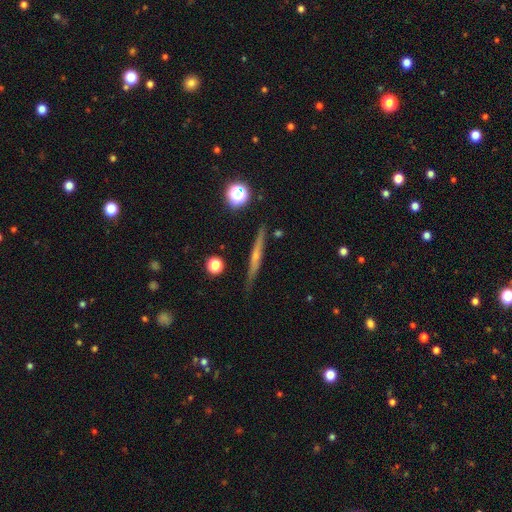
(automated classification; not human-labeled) Smooth or featured? featured or disk (66%)
Edge-on disk? yes (96%)
Edge-on bulge? rounded (60%)
Merging? none (87%)